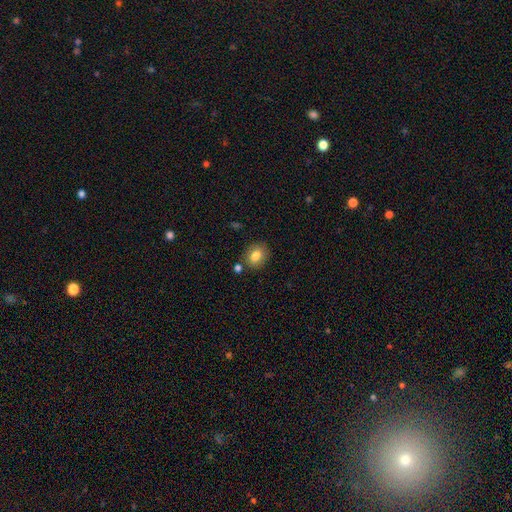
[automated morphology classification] Smooth or featured?
  - smooth: 81% *
  - featured or disk: 10%
  - star or artifact: 9%
How rounded?
  - round: 51% *
  - in between: 48%
  - cigar-shaped: 1%
Merging?
  - none: 79% *
  - minor disturbance: 11%
  - merger: 6%
  - major disturbance: 3%